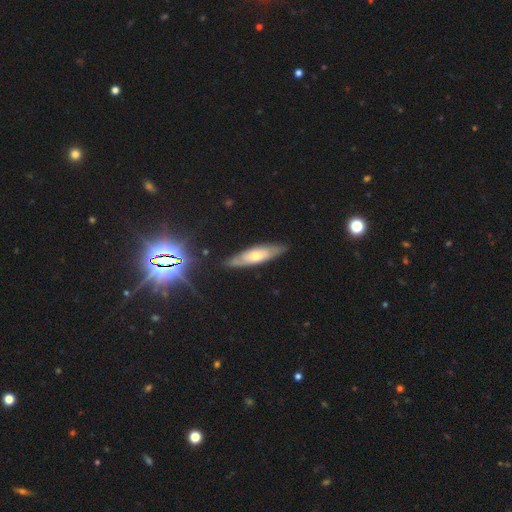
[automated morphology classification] type=featured or disk (50%); merging=none (81%).